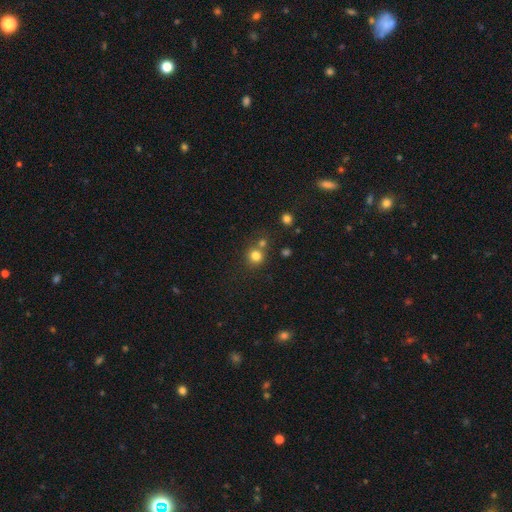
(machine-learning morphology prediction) smooth-or-featured: smooth: 79% | star or artifact: 15% | featured or disk: 7%
  how-rounded: round: 90% | in between: 9% | cigar-shaped: 1%
  merging: none: 65% | merger: 24% | minor disturbance: 8% | major disturbance: 3%